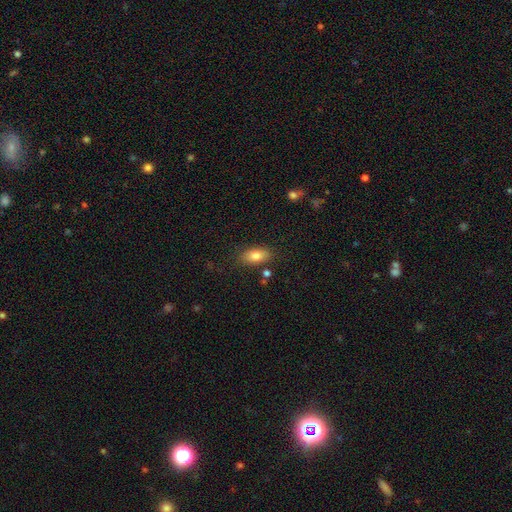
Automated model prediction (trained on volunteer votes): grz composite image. It shows a smooth galaxy with no disk features (82%) that is in between round and cigar-shaped (88%). Merging: none (80%).